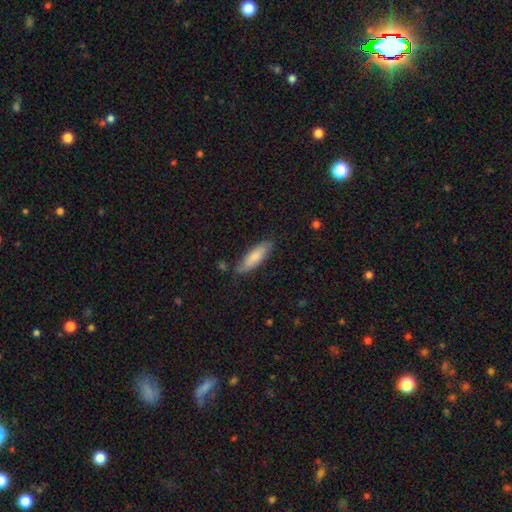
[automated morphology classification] Smooth or featured?
  - smooth: 77% *
  - featured or disk: 17%
  - star or artifact: 6%
How rounded?
  - cigar-shaped: 50% *
  - in between: 49%
  - round: 2%
Merging?
  - none: 77% *
  - minor disturbance: 18%
  - major disturbance: 3%
  - merger: 3%